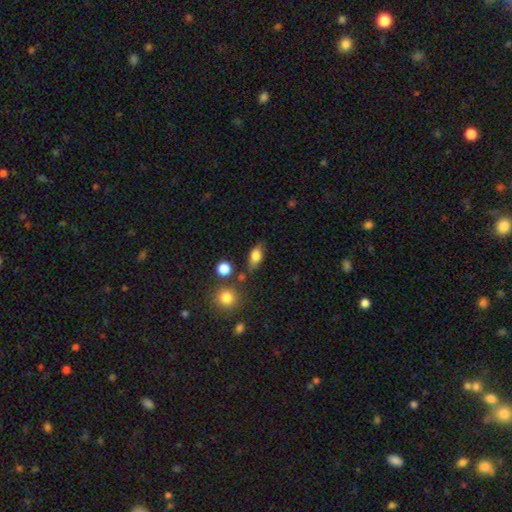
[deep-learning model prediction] A smooth galaxy with no disk features (76%) that is in between round and cigar-shaped (76%). Merging: none (68%).